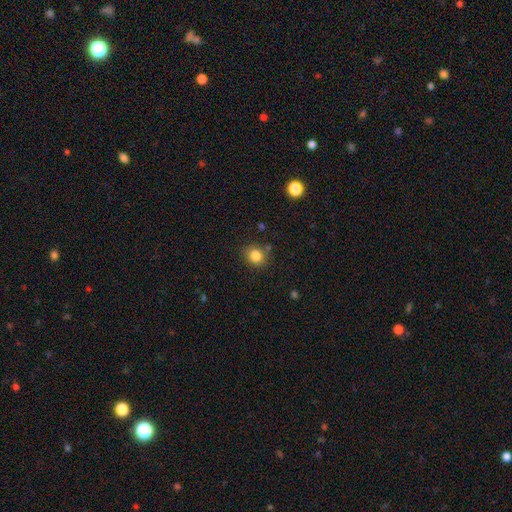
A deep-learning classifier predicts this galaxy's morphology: type=smooth (84%); roundness=round (76%); merging=none (82%).